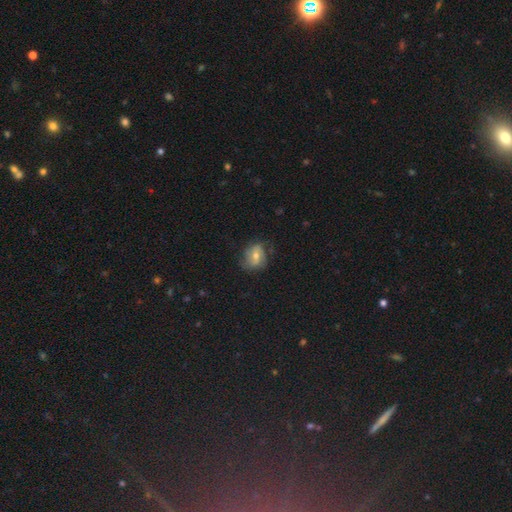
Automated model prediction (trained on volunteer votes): This appears to be a smooth galaxy with no disk features (46%). Merging: none (62%).